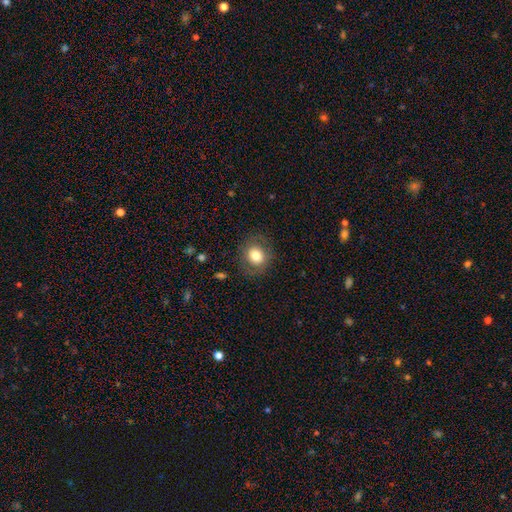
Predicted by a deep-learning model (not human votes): Smooth or featured?
  - smooth: 75% *
  - featured or disk: 16%
  - star or artifact: 9%
How rounded?
  - round: 74% *
  - in between: 25%
  - cigar-shaped: 1%
Merging?
  - none: 82% *
  - minor disturbance: 12%
  - major disturbance: 6%
  - merger: 1%